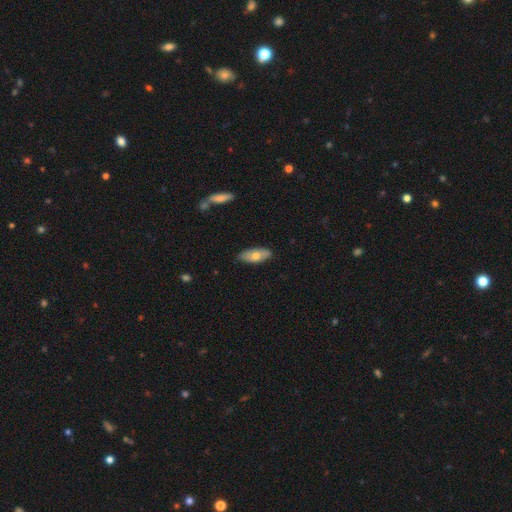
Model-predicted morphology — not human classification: smooth 67%, featured or disk 27%, star or artifact 6%. Down the decision tree: how rounded — in between (84%); merging — none (82%).